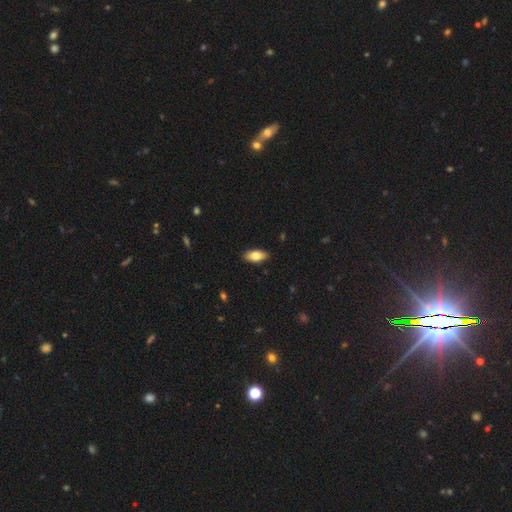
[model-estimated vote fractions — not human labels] Smooth or featured? smooth (77%)
How rounded? in between (88%)
Merging? none (89%)